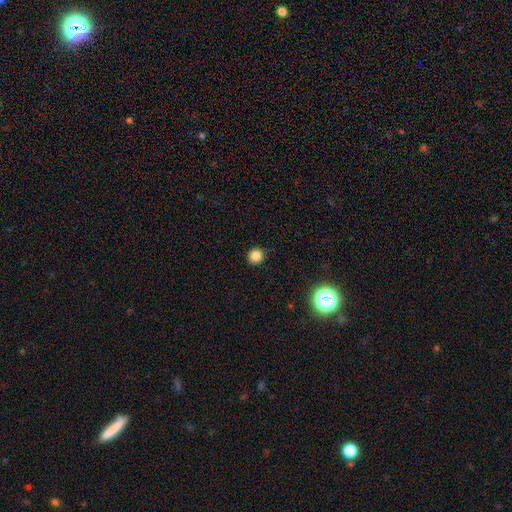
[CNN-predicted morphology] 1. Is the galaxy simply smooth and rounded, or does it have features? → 83% smooth, 13% star or artifact, 4% featured or disk.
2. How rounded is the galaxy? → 93% round, 6% in between, 1% cigar-shaped.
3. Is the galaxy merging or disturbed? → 92% none, 5% minor disturbance, 2% major disturbance, 1% merger.